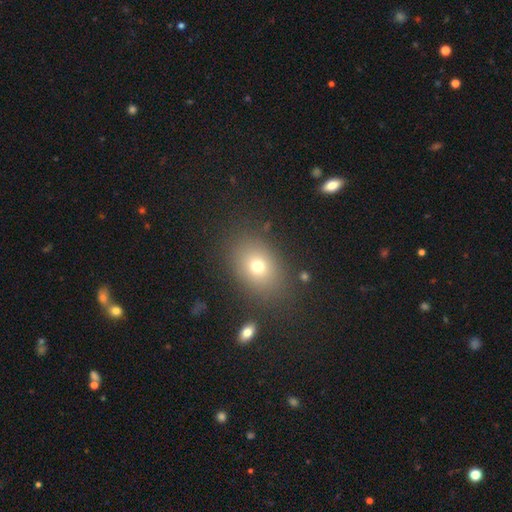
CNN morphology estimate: Smooth or featured? Predicted: smooth (p=0.65). How rounded? Predicted: in between (p=0.62). Merging? Predicted: none (p=0.87).